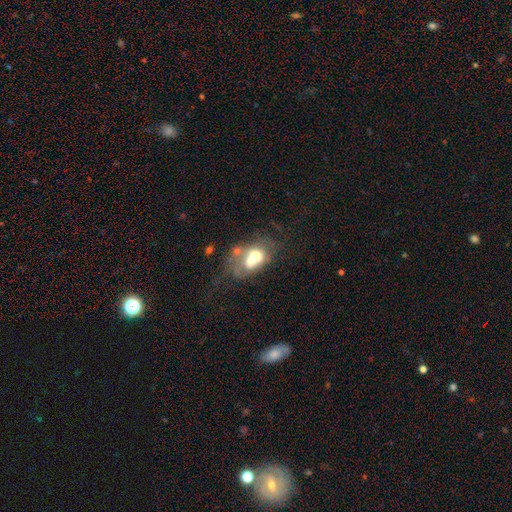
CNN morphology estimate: This is possibly a smooth galaxy (49%). Merging: likely merger (65%).